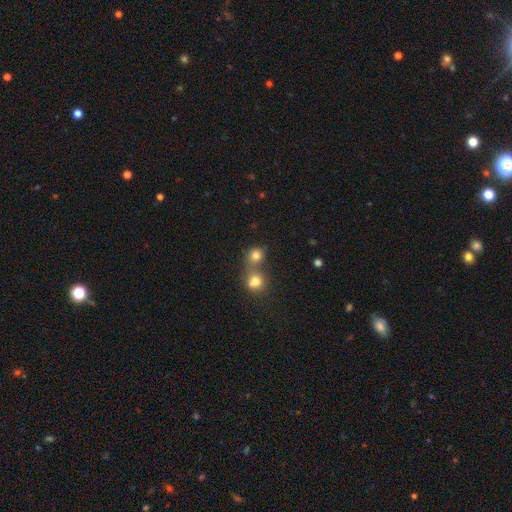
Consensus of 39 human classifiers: This appears to be a smooth galaxy with no disk features (82%) that is round (91%). Merging: merger (60%).